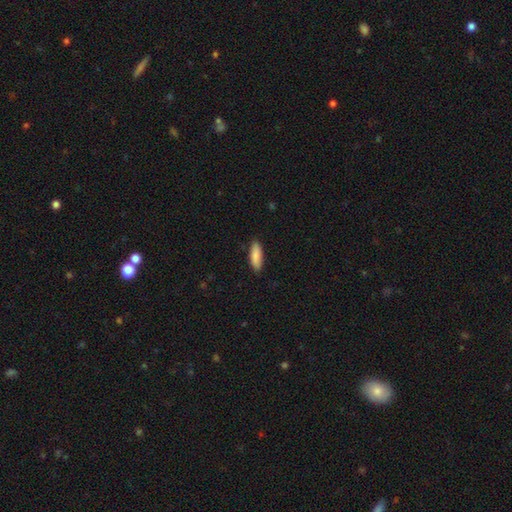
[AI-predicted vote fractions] A smooth galaxy with no disk features (88%) that is in between round and cigar-shaped (60%).

Vote fractions:
- Smooth or featured? smooth: 88% / featured or disk: 7% / star or artifact: 6%
- How rounded? in between: 60% / cigar-shaped: 38% / round: 2%
- Merging? none: 87% / minor disturbance: 10% / major disturbance: 2% / merger: 1%